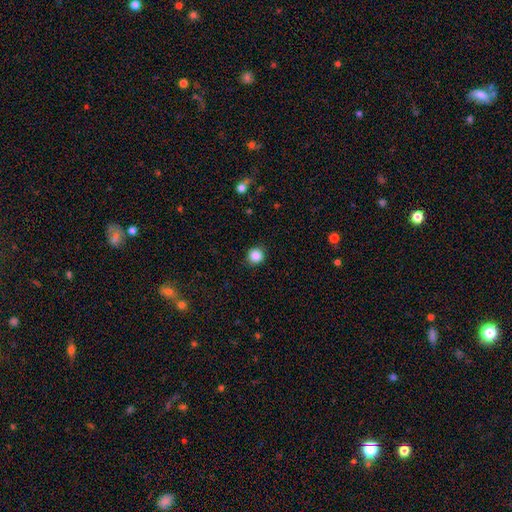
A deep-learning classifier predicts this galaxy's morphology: Smooth or featured: smooth — 86% (star or artifact — 10%)
How rounded: round — 93% (in between — 6%)
Merging: none — 90% (minor disturbance — 7%)